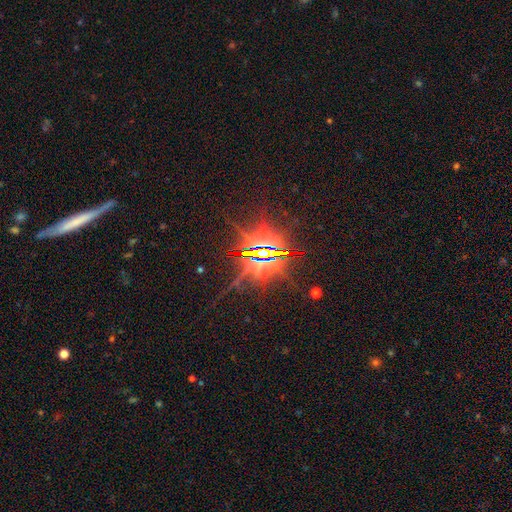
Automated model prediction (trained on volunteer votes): Smooth or featured: star or artifact — 82% (featured or disk — 12%)